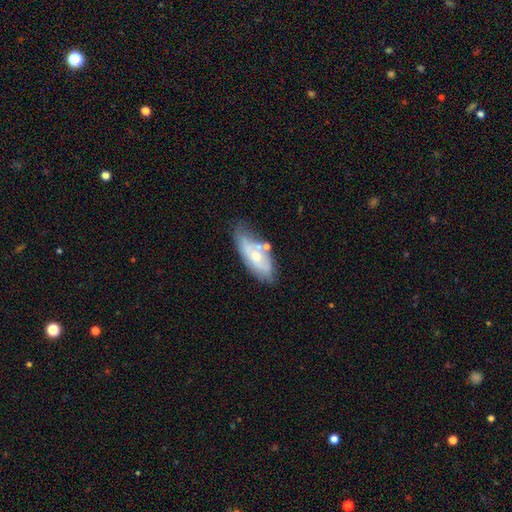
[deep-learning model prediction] Smooth or featured? Predicted: featured or disk (p=0.50). Merging? Predicted: none (p=0.49).